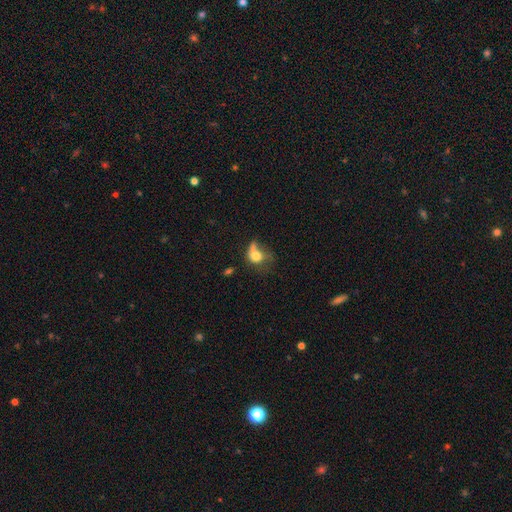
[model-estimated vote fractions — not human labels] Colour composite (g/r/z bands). It shows a smooth galaxy with no disk features (67%) that is round (49%, tied with in between). Merging: major disturbance (35%).